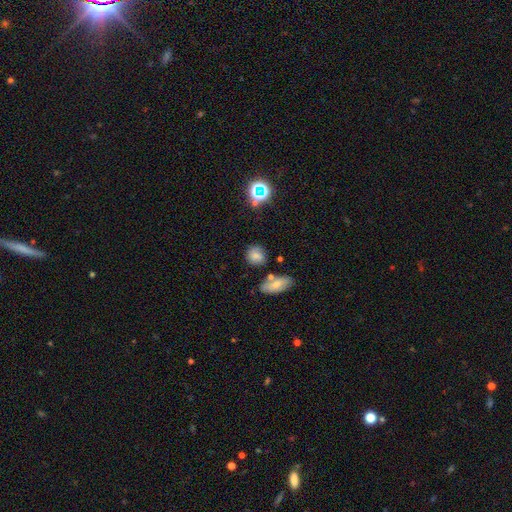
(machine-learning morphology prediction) Overall: smooth (71%). How rounded: round (71%). Merging: none (68%).